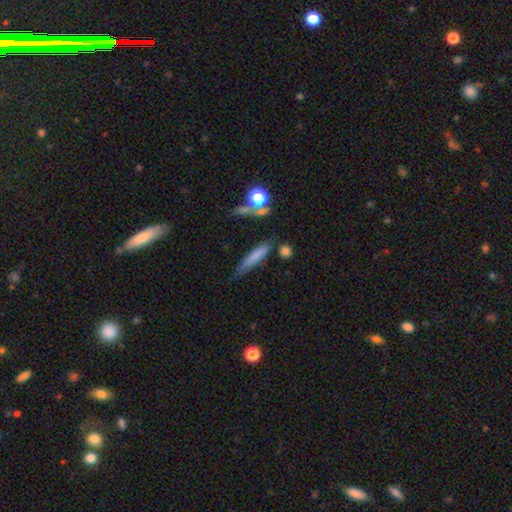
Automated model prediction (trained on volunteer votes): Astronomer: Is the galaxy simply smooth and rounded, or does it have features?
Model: smooth — 69%.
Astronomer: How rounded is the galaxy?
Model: cigar-shaped — 86%.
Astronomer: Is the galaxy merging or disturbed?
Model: none — 64%.